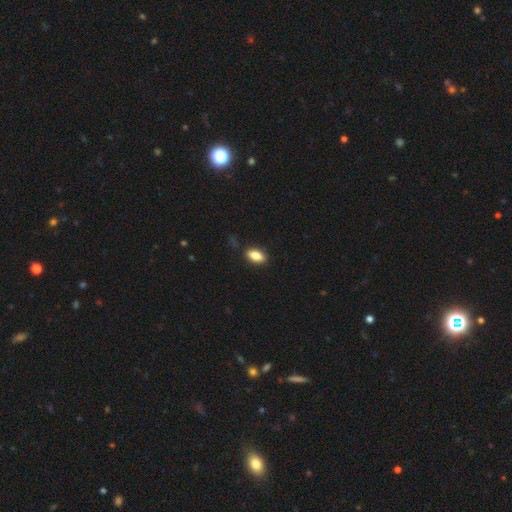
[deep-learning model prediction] Smooth or featured? Predicted: smooth (p=0.81). How rounded? Predicted: in between (p=0.87). Merging? Predicted: none (p=0.84).